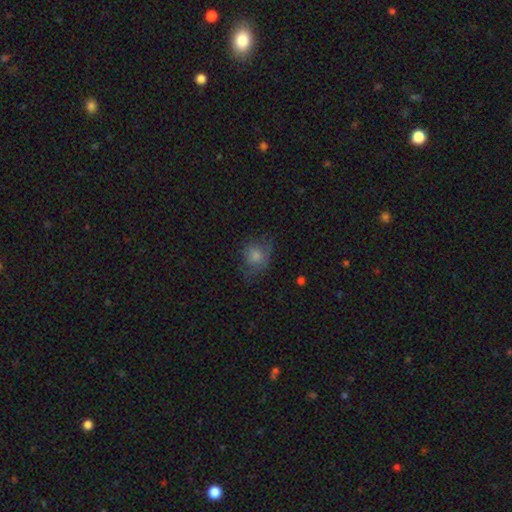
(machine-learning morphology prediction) Smooth or featured: smooth — 69% (featured or disk — 16%)
How rounded: round — 64% (in between — 34%)
Merging: none — 61% (minor disturbance — 25%)